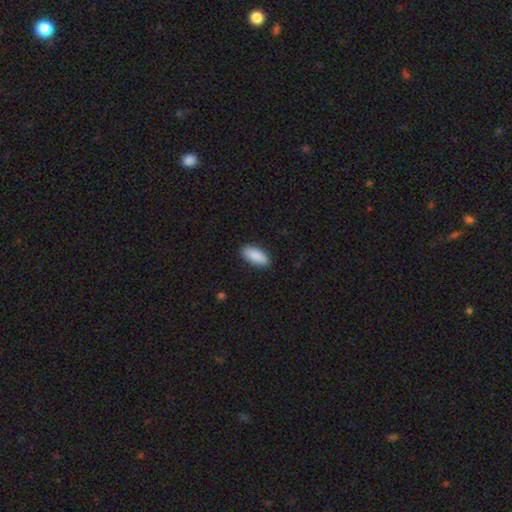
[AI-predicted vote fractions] Q: Smooth or featured?
A: smooth (90%); runner-up: star or artifact (6%)
Q: How rounded?
A: in between (88%); runner-up: cigar-shaped (11%)
Q: Merging?
A: none (88%); runner-up: minor disturbance (10%)